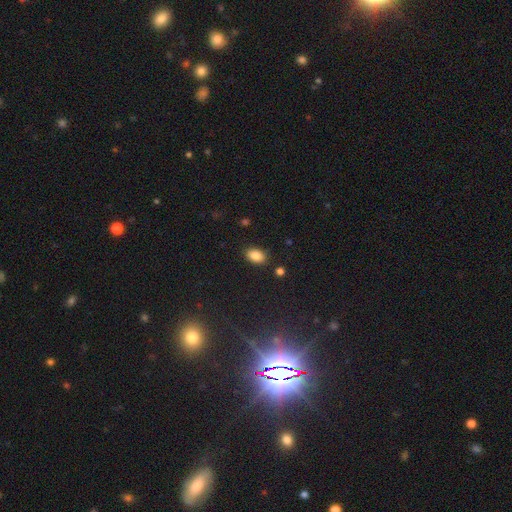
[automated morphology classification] The model was most divided on "how rounded": in between: 86%, round: 12%, cigar-shaped: 1%. More confident: merging — none (86%); smooth or featured — smooth (86%).